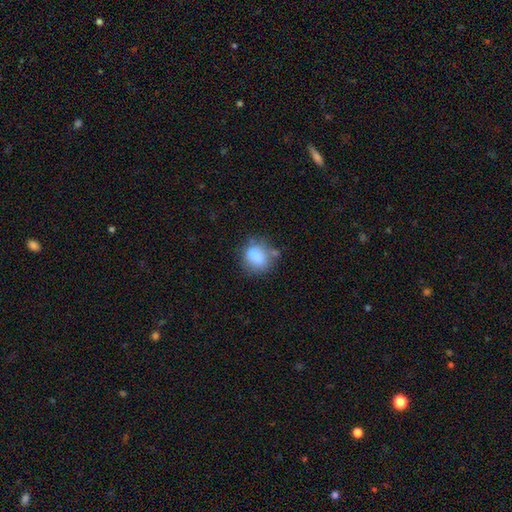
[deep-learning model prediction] This appears to be a smooth galaxy with no disk features (72%) that is round (62%). Merging: none (49%).